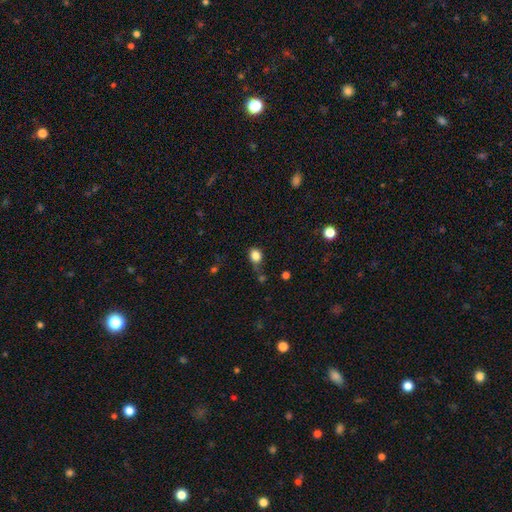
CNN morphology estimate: smooth-or-featured: smooth: 83% | star or artifact: 11% | featured or disk: 6%
  how-rounded: round: 55% | in between: 44% | cigar-shaped: 1%
  merging: none: 57% | minor disturbance: 26% | major disturbance: 9% | merger: 8%